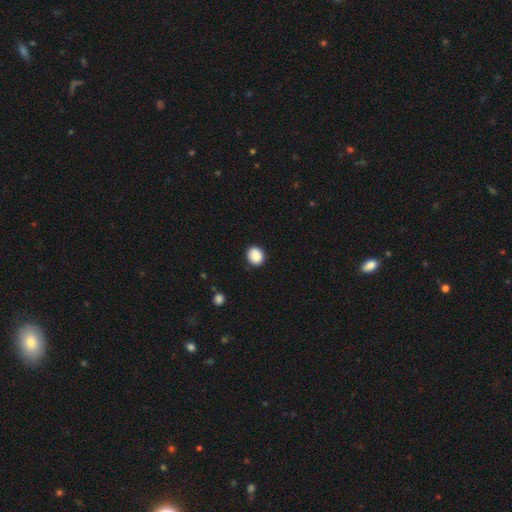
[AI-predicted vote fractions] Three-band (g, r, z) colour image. It shows a smooth galaxy with no disk features (88%) that is round (74%). Merging: none (88%).